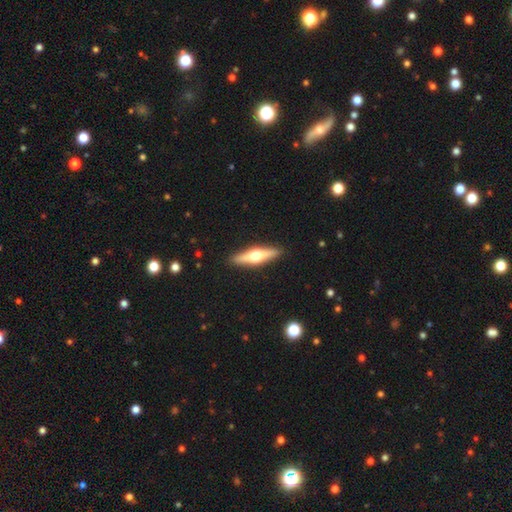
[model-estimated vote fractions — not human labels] This appears to be a featured or disk galaxy (63%) viewed edge-on (96%) with a rounded central bulge (95%). Merging: none (91%).